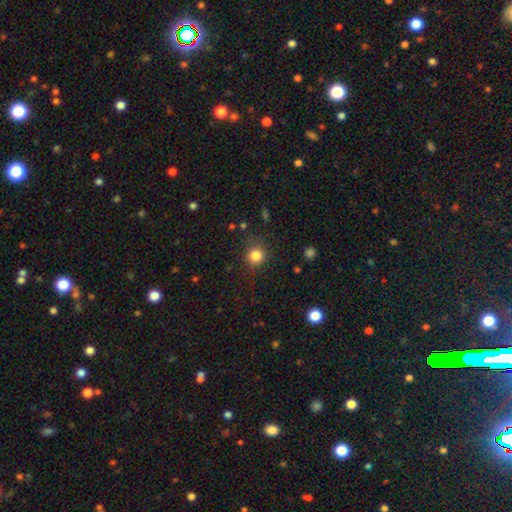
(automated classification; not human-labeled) Smooth or featured: smooth — 83% (star or artifact — 12%)
How rounded: round — 88% (in between — 11%)
Merging: none — 80% (minor disturbance — 13%)